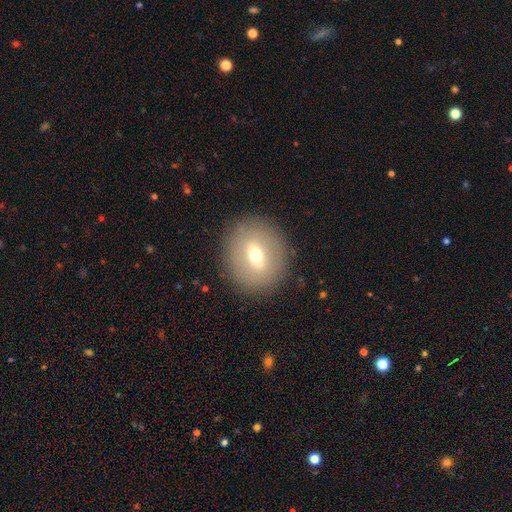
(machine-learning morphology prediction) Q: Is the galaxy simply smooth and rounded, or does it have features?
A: smooth — 49%.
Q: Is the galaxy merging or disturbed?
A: none — 87%.